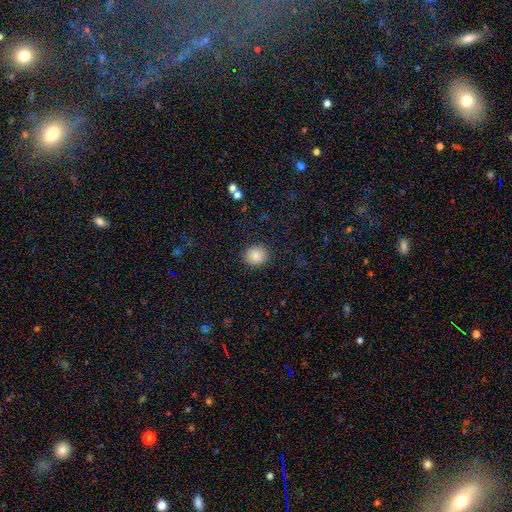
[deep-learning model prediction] Smooth or featured? Predicted: smooth (p=0.85). How rounded? Predicted: round (p=0.83). Merging? Predicted: none (p=0.90).